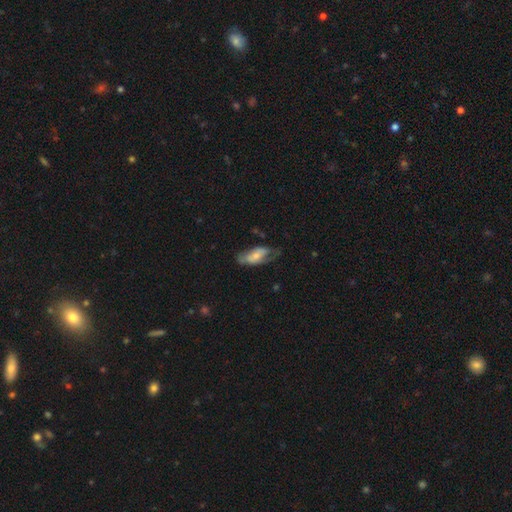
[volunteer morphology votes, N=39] This is possibly a featured or disk galaxy (51%). It is clearly not viewed edge-on (90%). Bar: marginally weak (39%, tied with no). Spiral arm pattern: clearly yes (83%). Spiral arm count: likely 2 (73%). Spiral winding: possibly tight (47%). Central bulge: likely small (61%). Merging: possibly none (47%).